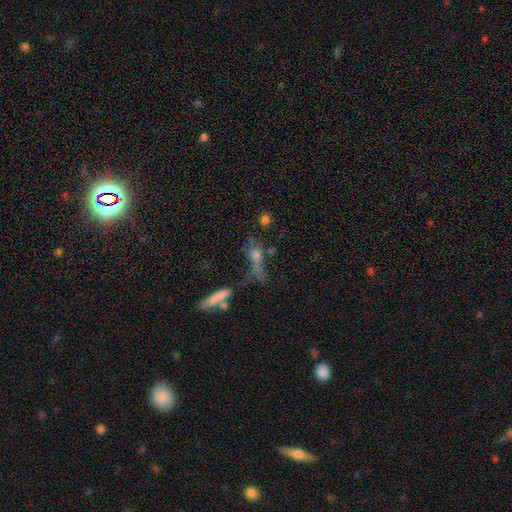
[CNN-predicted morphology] smooth-or-featured: smooth: 44% | featured or disk: 35% | star or artifact: 22%
  merging: none: 37% | merger: 26% | major disturbance: 21% | minor disturbance: 15%